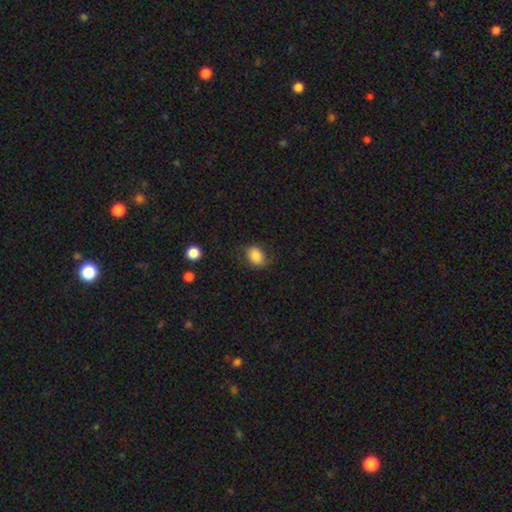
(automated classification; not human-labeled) smooth 84%, star or artifact 9%, featured or disk 7%. Down the decision tree: how rounded — in between (62%); merging — none (73%).